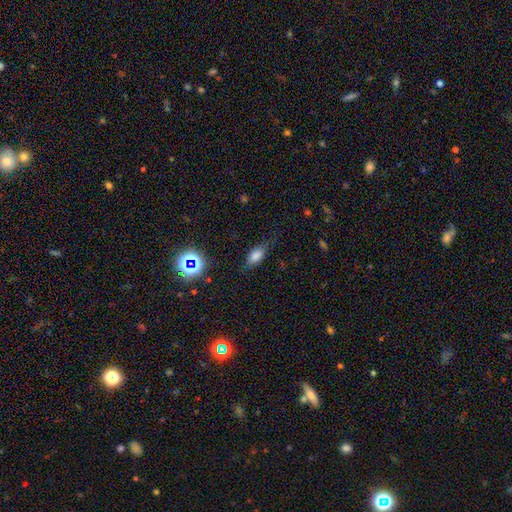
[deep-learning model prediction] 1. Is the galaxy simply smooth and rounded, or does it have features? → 72% smooth, 14% star or artifact, 14% featured or disk.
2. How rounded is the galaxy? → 81% in between, 12% cigar-shaped, 7% round.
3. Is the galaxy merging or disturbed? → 72% none, 20% minor disturbance, 7% major disturbance, 2% merger.